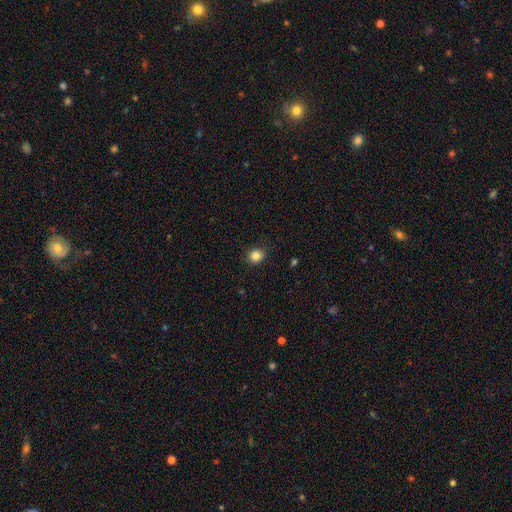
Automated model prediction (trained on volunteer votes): Q: Smooth or featured?
A: smooth (84%); runner-up: star or artifact (11%)
Q: How rounded?
A: round (78%); runner-up: in between (21%)
Q: Merging?
A: none (88%); runner-up: minor disturbance (9%)